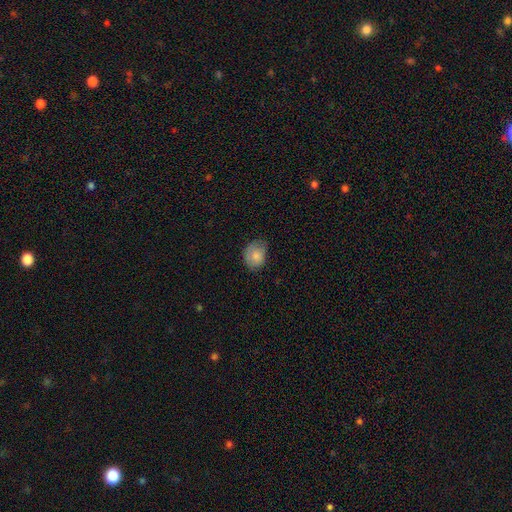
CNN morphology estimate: smooth_or_featured: smooth (p=0.81) [alt: featured or disk p=0.12]
how_rounded: in between (p=0.54) [alt: round p=0.45]
merging: none (p=0.56) [alt: minor disturbance p=0.34]